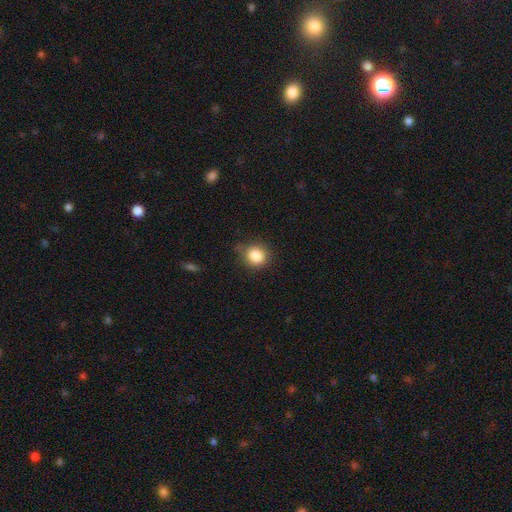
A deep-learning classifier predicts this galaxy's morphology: The model was most divided on "merging": none: 77%, minor disturbance: 18%, major disturbance: 4%, merger: 2%. More confident: smooth or featured — smooth (85%); how rounded — round (82%).